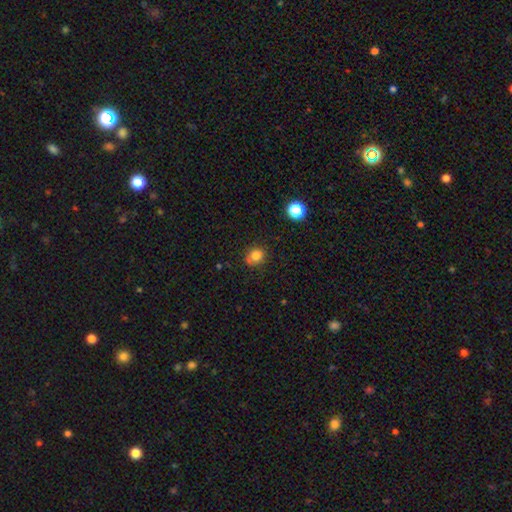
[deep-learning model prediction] Q: Smooth or featured?
A: smooth (79%); runner-up: star or artifact (13%)
Q: How rounded?
A: round (77%); runner-up: in between (23%)
Q: Merging?
A: none (69%); runner-up: minor disturbance (20%)